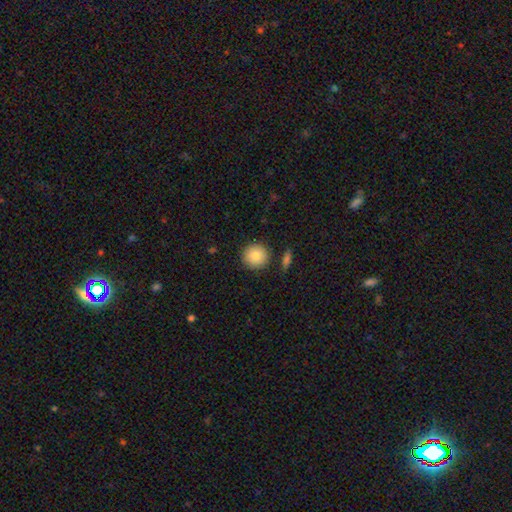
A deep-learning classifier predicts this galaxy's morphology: A smooth galaxy with no disk features (85%) that is round (94%). Merging: none (87%).